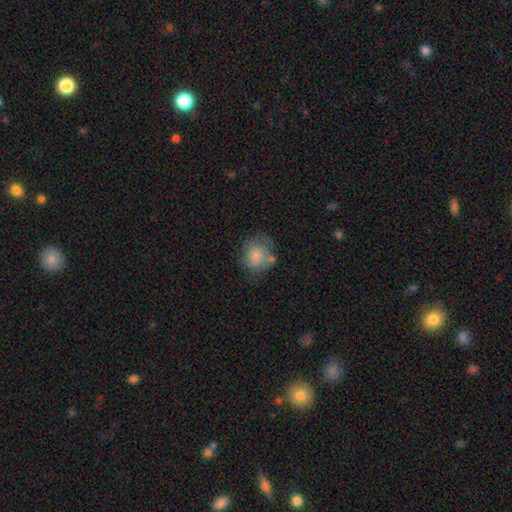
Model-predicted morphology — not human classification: This is likely a smooth galaxy (78%). How rounded: likely round (72%). Merging: possibly none (52%).